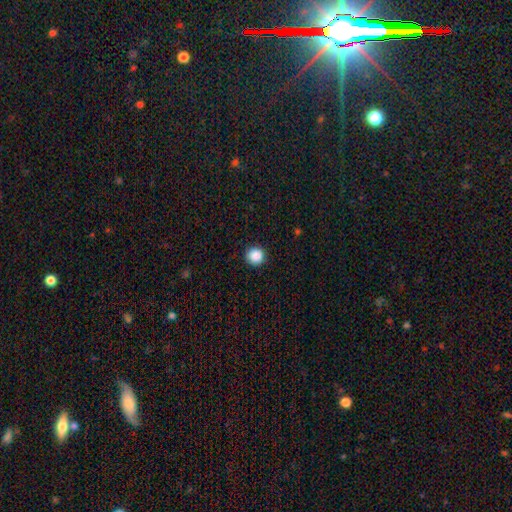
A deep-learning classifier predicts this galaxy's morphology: Overall: smooth (88%). How rounded: round (92%). Merging: none (91%).